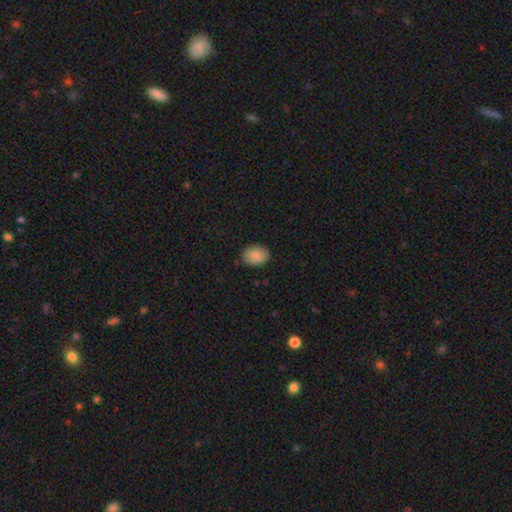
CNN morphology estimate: smooth-or-featured: smooth: 89% | star or artifact: 7% | featured or disk: 4%
  how-rounded: in between: 69% | round: 30% | cigar-shaped: 1%
  merging: none: 86% | minor disturbance: 11% | major disturbance: 2% | merger: 1%